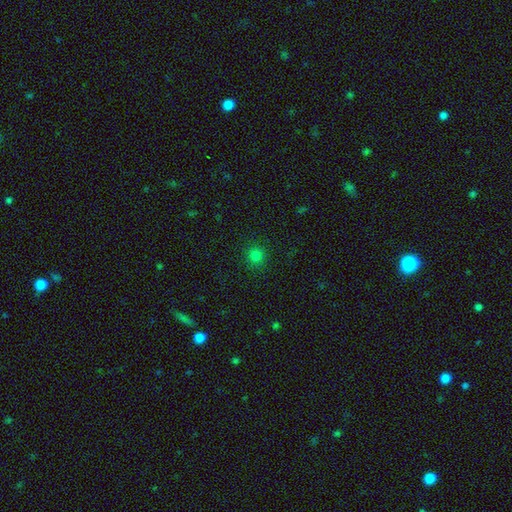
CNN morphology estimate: The model was most divided on "smooth or featured": smooth: 80%, star or artifact: 16%, featured or disk: 4%. More confident: how rounded — round (93%); merging — none (91%).